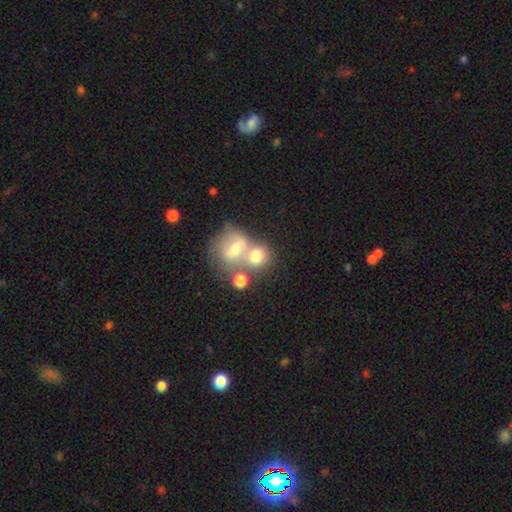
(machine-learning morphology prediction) Smooth or featured: smooth — 66% (featured or disk — 22%)
How rounded: round — 69% (in between — 30%)
Merging: merger — 55% (none — 30%)